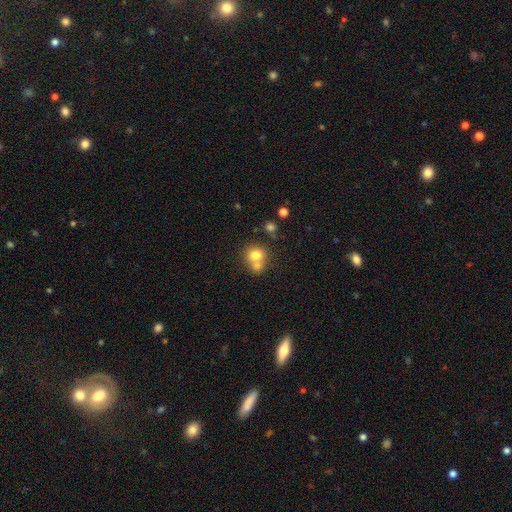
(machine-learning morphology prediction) A smooth galaxy with no disk features (75%) that is round (83%). Merging: merger (49%).